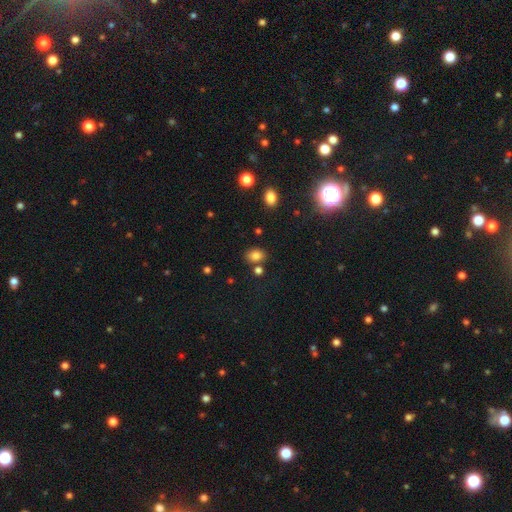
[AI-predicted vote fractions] smooth-or-featured: smooth: 80% | star or artifact: 14% | featured or disk: 7%
  how-rounded: in between: 61% | round: 38% | cigar-shaped: 1%
  merging: none: 74% | minor disturbance: 12% | merger: 11% | major disturbance: 4%